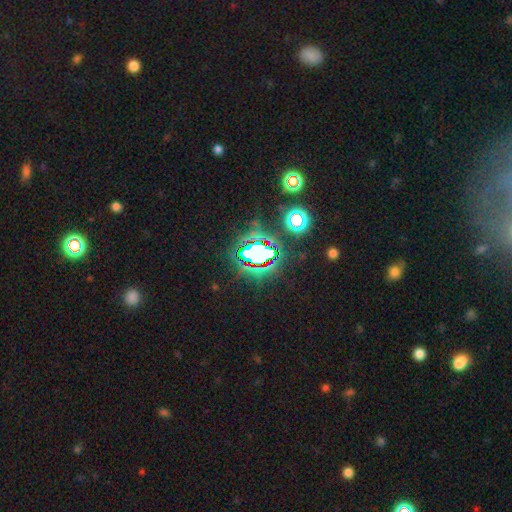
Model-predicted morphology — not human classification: Smooth or featured: star or artifact — 75% (smooth — 15%)